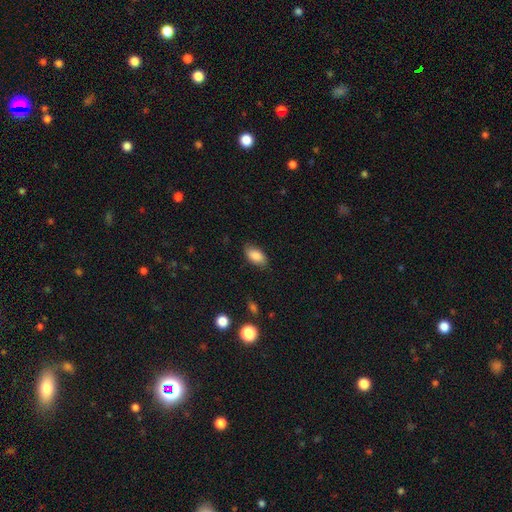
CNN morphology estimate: smooth 87%, star or artifact 7%, featured or disk 6%. Down the decision tree: how rounded — in between (93%); merging — none (82%).